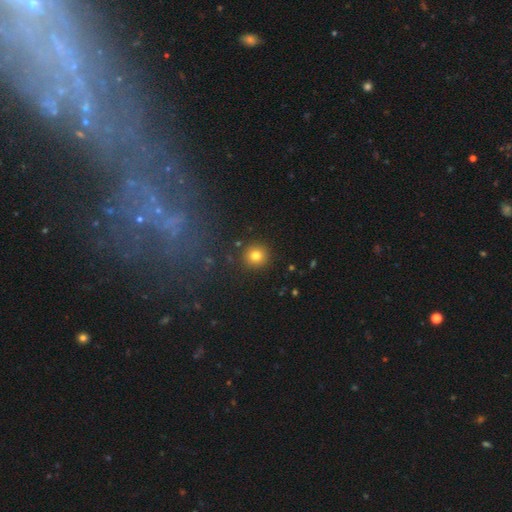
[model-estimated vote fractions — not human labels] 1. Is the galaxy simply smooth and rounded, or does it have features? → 80% smooth, 13% star or artifact, 7% featured or disk.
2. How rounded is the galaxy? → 94% round, 5% in between, 1% cigar-shaped.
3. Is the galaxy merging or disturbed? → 90% none, 6% minor disturbance, 2% major disturbance, 2% merger.